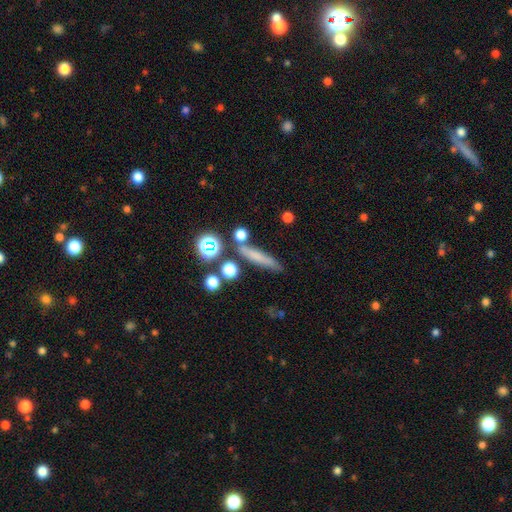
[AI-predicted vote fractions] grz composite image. It shows a smooth galaxy with no disk features (63%) that is cigar-shaped (78%). Merging: none (72%).